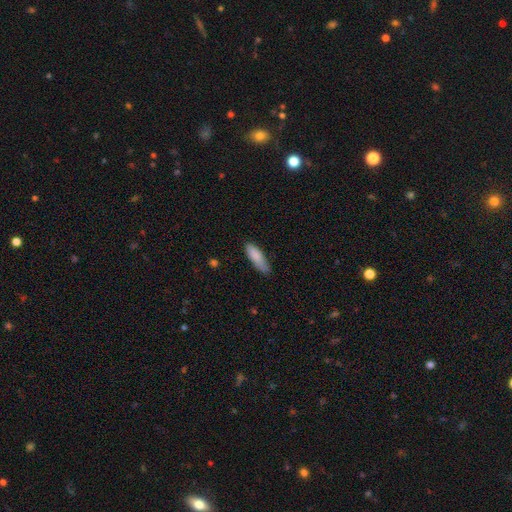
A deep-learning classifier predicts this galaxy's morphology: Smooth or featured? Predicted: smooth (p=0.86). How rounded? Predicted: in between (p=0.53). Merging? Predicted: none (p=0.69).